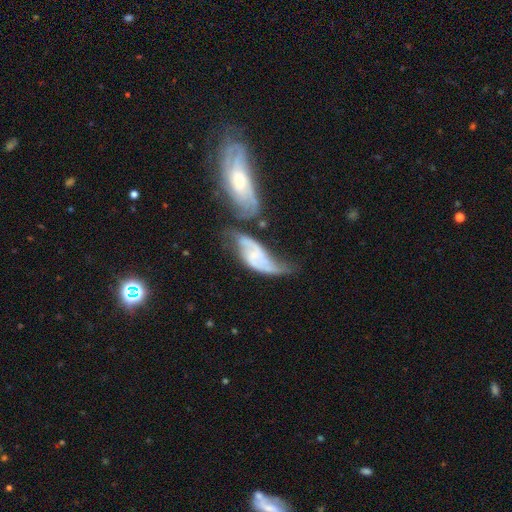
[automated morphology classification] type=featured or disk (78%); edge-on=no (93%); bar=no (51%); spiral arms=yes (91%); winding=loose (57%); arm count=2 (83%); bulge=small (52%); merging=merger (47%).